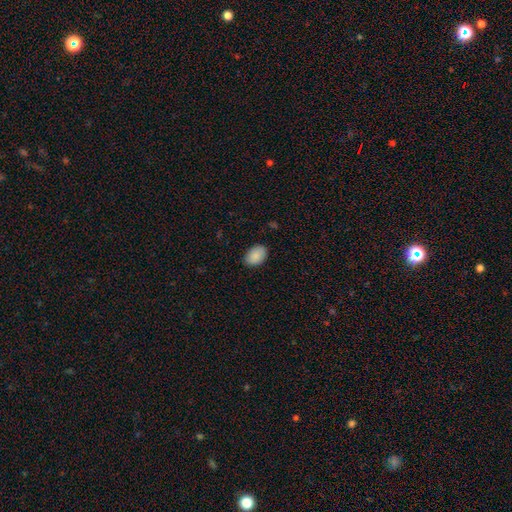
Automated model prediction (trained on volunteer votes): Morphology: type=smooth (89%); roundness=in between (84%); merging=none (85%).